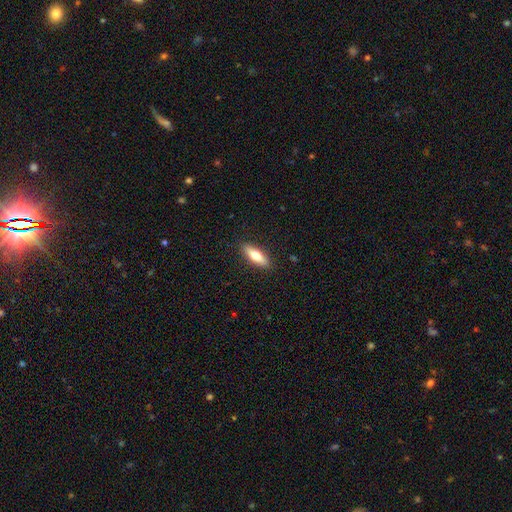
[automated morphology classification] This is likely a smooth galaxy (65%). How rounded: possibly in between (51%). Merging: clearly none (90%).